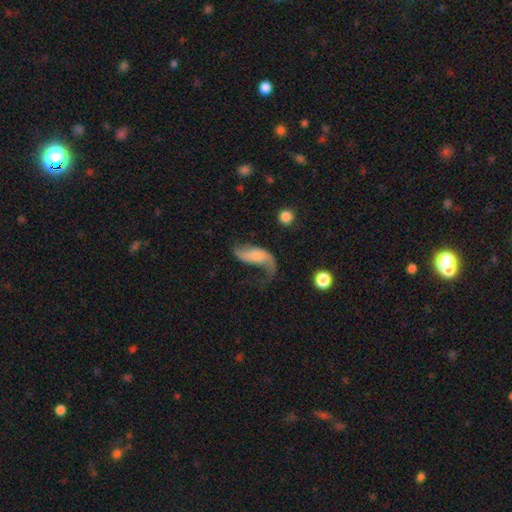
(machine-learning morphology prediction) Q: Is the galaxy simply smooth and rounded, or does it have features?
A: featured or disk — 68%.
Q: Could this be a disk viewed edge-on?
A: no — 94%.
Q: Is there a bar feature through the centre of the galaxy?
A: no — 63%.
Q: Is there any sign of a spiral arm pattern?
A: yes — 90%.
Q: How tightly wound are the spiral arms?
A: loose — 87%.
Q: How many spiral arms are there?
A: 2 — 75%.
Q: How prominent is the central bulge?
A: none — 40%.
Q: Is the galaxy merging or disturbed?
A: none — 40%.